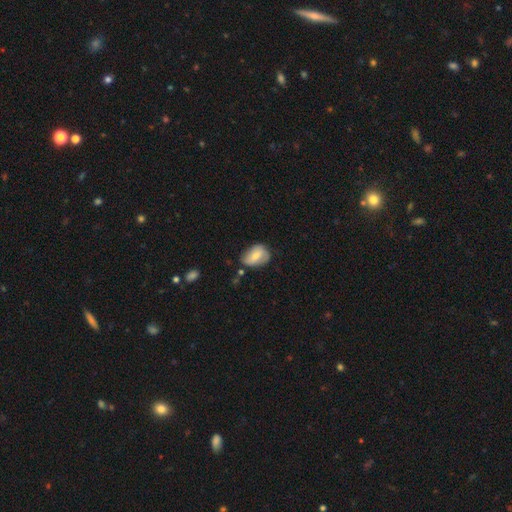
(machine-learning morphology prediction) smooth_or_featured: smooth (p=0.64) [alt: featured or disk p=0.29]
how_rounded: in between (p=0.79) [alt: round p=0.19]
merging: none (p=0.58) [alt: minor disturbance p=0.31]